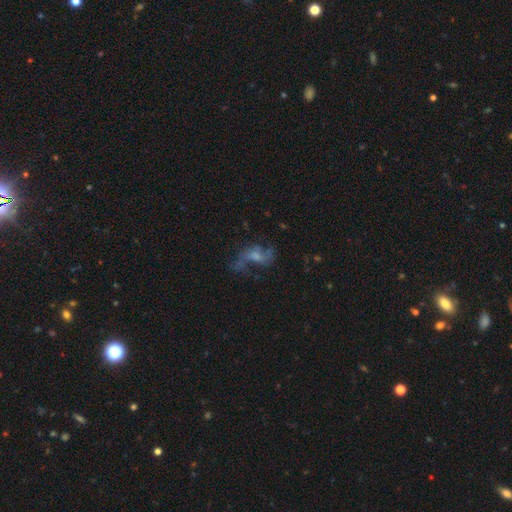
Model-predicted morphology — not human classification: This is likely a featured or disk galaxy (67%). It is clearly not viewed edge-on (94%). Bar: possibly no (59%). Spiral arm pattern: likely yes (78%). Central bulge: marginally moderate (39%). Merging: possibly none (48%).